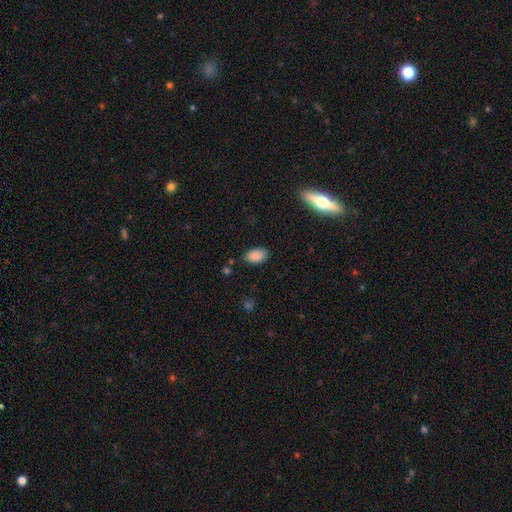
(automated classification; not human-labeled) smooth-or-featured: smooth: 88% | star or artifact: 8% | featured or disk: 5%
  how-rounded: in between: 93% | round: 5% | cigar-shaped: 2%
  merging: none: 83% | minor disturbance: 12% | major disturbance: 3% | merger: 2%